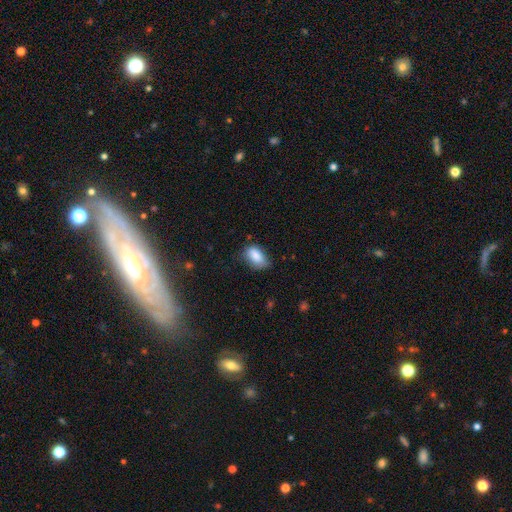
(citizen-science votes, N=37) Overall: smooth (89%). How rounded: in between (85%). Merging: none (49%; minor disturbance 40%).